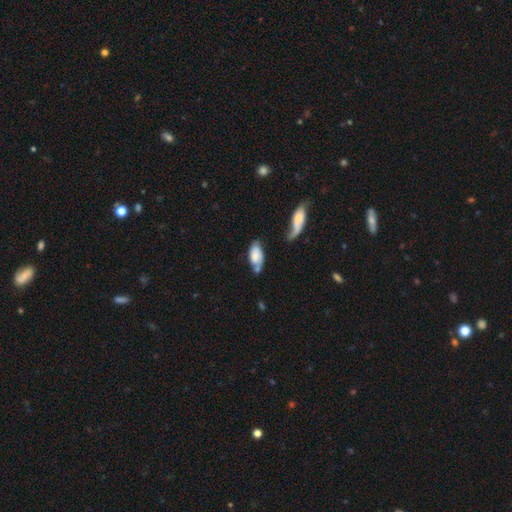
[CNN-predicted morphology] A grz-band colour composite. It shows a smooth galaxy with no disk features (58%) that is in between round and cigar-shaped (91%). Merging: none (40%).